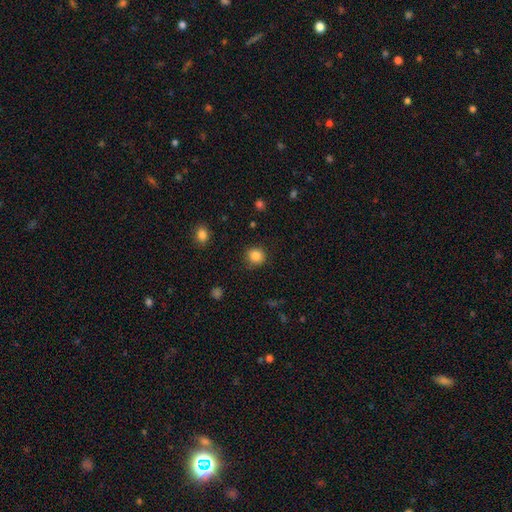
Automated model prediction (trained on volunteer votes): Smooth or featured? smooth (86%)
How rounded? round (88%)
Merging? none (86%)